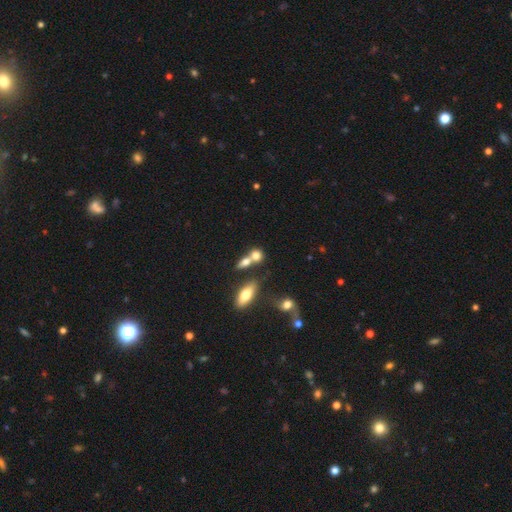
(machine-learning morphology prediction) Smooth or featured: smooth — 74% (featured or disk — 15%)
How rounded: round — 54% (in between — 40%)
Merging: merger — 53% (none — 34%)